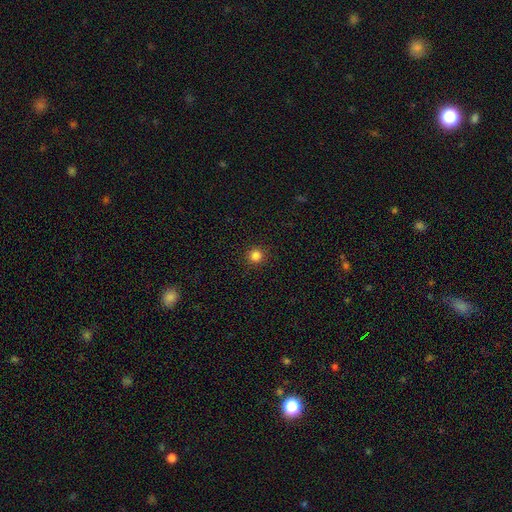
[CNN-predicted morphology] Q: Smooth or featured?
A: smooth (83%); runner-up: star or artifact (13%)
Q: How rounded?
A: round (95%); runner-up: in between (4%)
Q: Merging?
A: none (92%); runner-up: minor disturbance (5%)